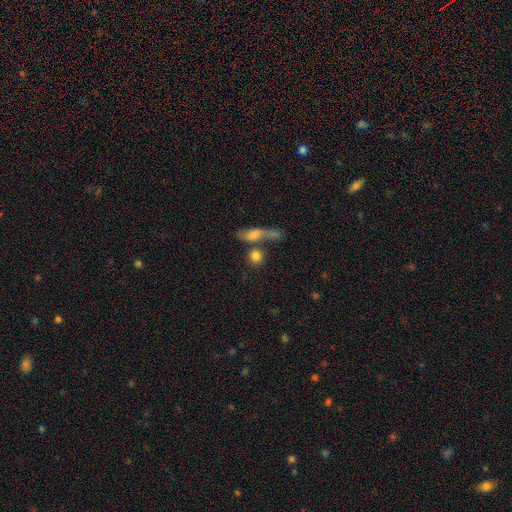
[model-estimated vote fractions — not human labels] Smooth or featured?
  - smooth: 81% *
  - featured or disk: 10%
  - star or artifact: 9%
How rounded?
  - round: 78% *
  - in between: 17%
  - cigar-shaped: 5%
Merging?
  - none: 48% *
  - merger: 36%
  - minor disturbance: 9%
  - major disturbance: 7%